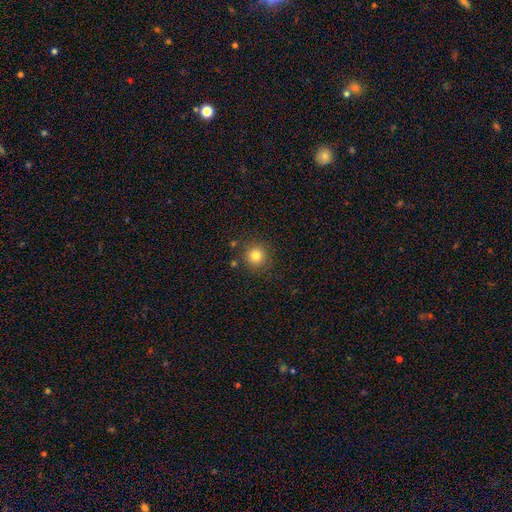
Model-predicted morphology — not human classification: smooth_or_featured: smooth (p=0.81) [alt: star or artifact p=0.13]
how_rounded: round (p=0.94) [alt: in between p=0.05]
merging: none (p=0.86) [alt: minor disturbance p=0.08]